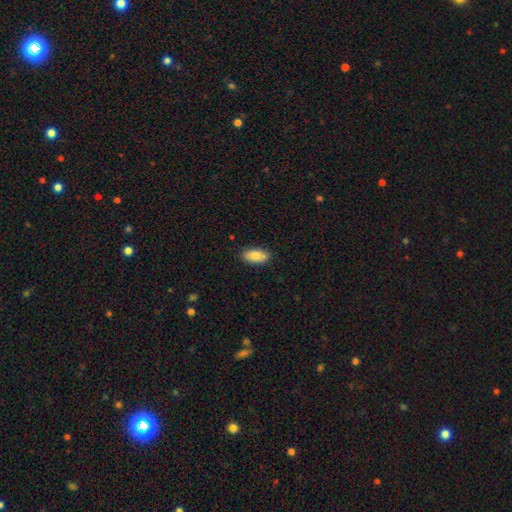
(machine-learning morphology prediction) This is clearly a smooth galaxy (86%). How rounded: clearly in between (92%). Merging: clearly none (88%).